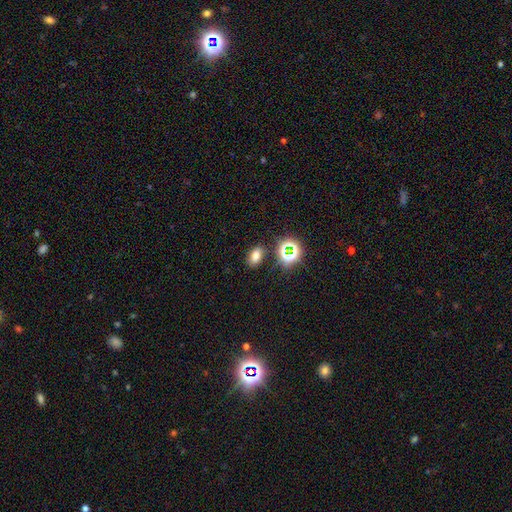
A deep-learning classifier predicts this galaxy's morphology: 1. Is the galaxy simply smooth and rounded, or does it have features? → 69% smooth, 22% star or artifact, 9% featured or disk.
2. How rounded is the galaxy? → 82% in between, 16% round, 2% cigar-shaped.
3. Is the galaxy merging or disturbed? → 82% none, 10% minor disturbance, 5% merger, 3% major disturbance.